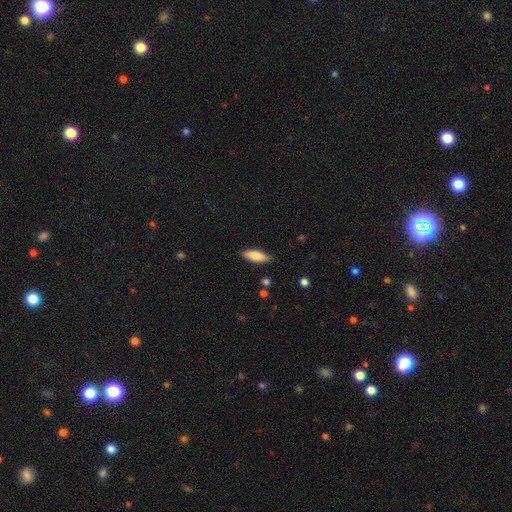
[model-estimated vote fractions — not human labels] smooth 81%, featured or disk 13%, star or artifact 6%. Down the decision tree: how rounded — in between (64%); merging — none (85%).